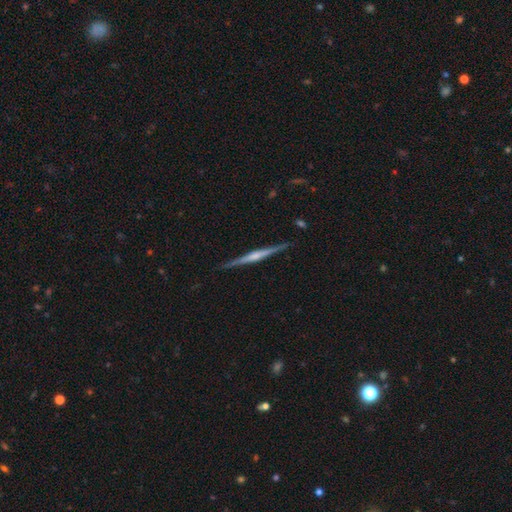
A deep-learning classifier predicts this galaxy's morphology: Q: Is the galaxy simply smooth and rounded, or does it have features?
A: featured or disk — 77%.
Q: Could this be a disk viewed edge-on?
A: yes — 98%.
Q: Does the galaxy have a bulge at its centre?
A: rounded — 60%.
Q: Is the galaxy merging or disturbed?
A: none — 89%.